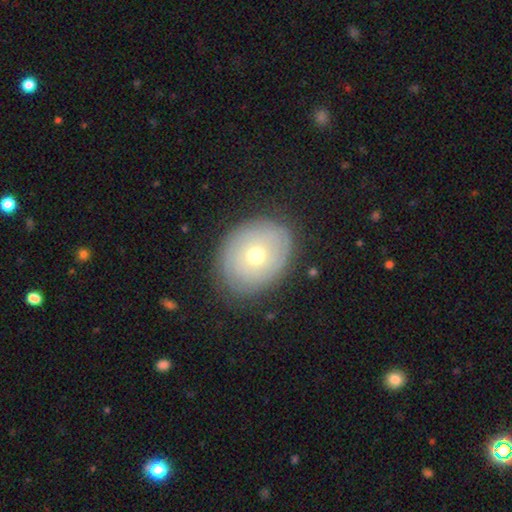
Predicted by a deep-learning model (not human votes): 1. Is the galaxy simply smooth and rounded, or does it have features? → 47% smooth, 44% featured or disk, 9% star or artifact.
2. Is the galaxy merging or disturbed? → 82% none, 13% minor disturbance, 4% major disturbance, 1% merger.